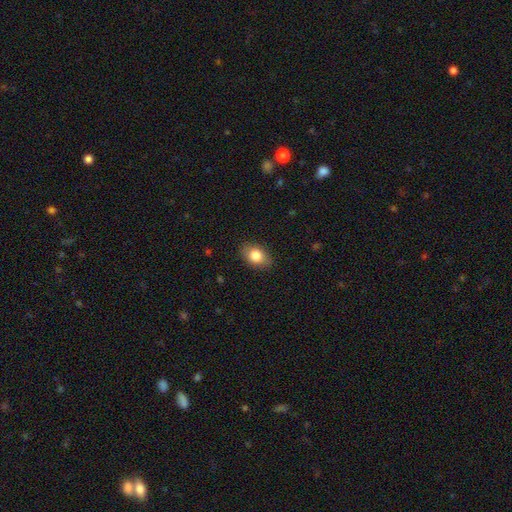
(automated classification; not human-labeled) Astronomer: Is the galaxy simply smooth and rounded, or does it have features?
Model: smooth — 83%.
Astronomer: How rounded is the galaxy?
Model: in between — 81%.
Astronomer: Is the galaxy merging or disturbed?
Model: none — 85%.